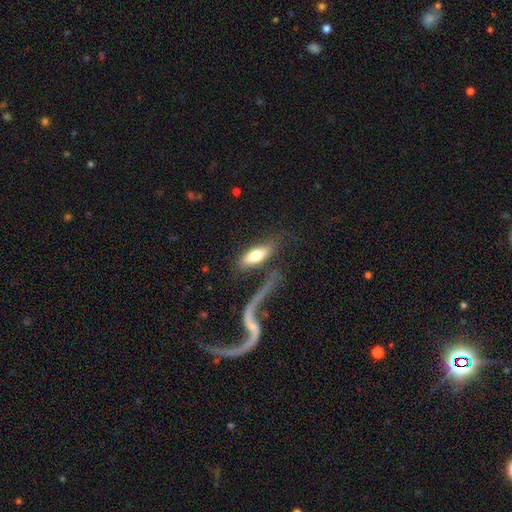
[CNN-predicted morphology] A smooth galaxy with no disk features (66%) that is in between round and cigar-shaped (74%).

Vote fractions:
- Smooth or featured? smooth: 66% / featured or disk: 28% / star or artifact: 6%
- How rounded? in between: 74% / cigar-shaped: 22% / round: 4%
- Merging? none: 48% / merger: 20% / major disturbance: 16% / minor disturbance: 15%